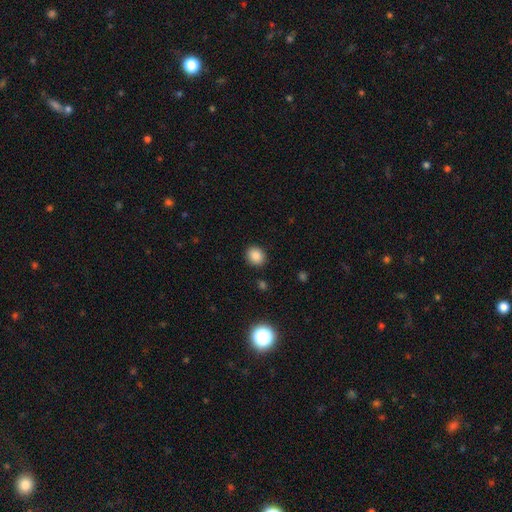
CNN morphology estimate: Smooth or featured? smooth (85%)
How rounded? round (73%)
Merging? none (89%)